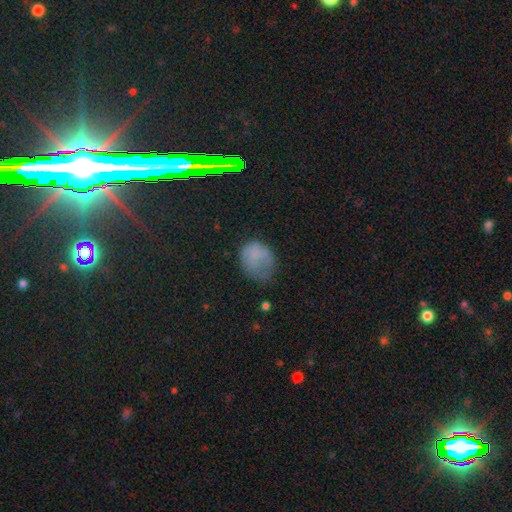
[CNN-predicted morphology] smooth_or_featured: smooth (p=0.70) [alt: star or artifact p=0.15]
how_rounded: round (p=0.53) [alt: in between p=0.46]
merging: none (p=0.43) [alt: minor disturbance p=0.34]